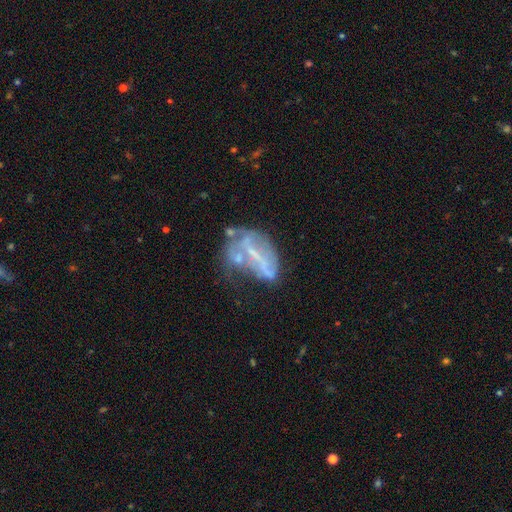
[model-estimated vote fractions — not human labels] A featured or disk galaxy (65%) with no bar (39%), no spiral arms (70%) and no central bulge (42%, tied with small).

Vote fractions:
- Smooth or featured? featured or disk: 65% / smooth: 21% / star or artifact: 14%
- Edge-on disk? no: 91% / yes: 9%
- Bar? no: 39% / strong: 33% / weak: 28%
- Spiral arms? no: 70% / yes: 30%
- Bulge size? none: 42% (tied) / small: 42% (tied) / moderate: 14% / large: 2% / dominant: 1%
- Merging? major disturbance: 34% / none: 28% / minor disturbance: 21% / merger: 17%